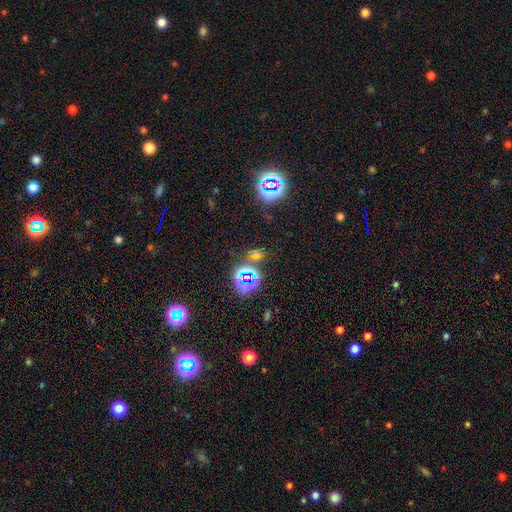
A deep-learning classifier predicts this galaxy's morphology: A star or artifact, not a galaxy (66%).